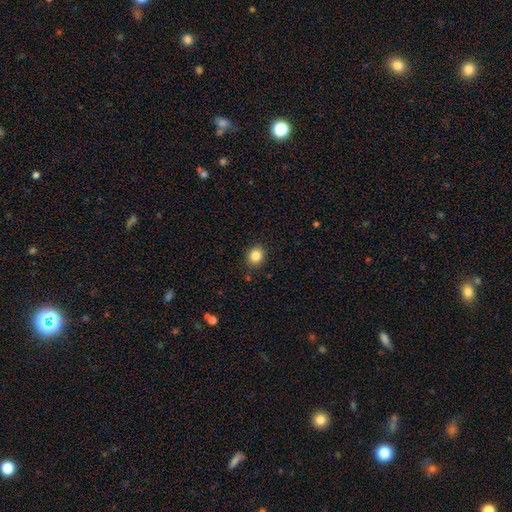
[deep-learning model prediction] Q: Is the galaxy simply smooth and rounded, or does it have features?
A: smooth — 85%.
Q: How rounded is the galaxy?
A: round — 74%.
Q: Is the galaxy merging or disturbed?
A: none — 88%.